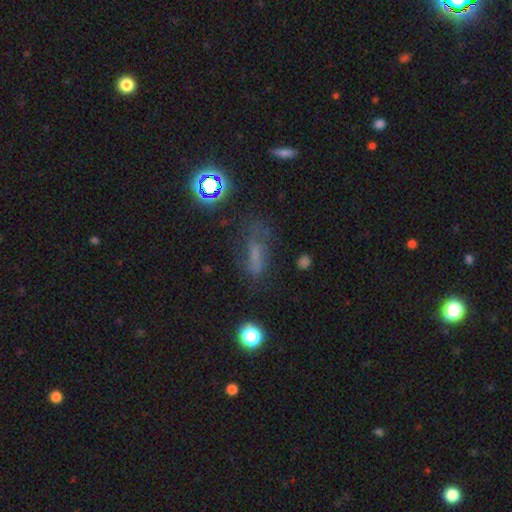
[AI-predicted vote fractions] This appears to be a smooth galaxy with no disk features (45%). Merging: none (52%).